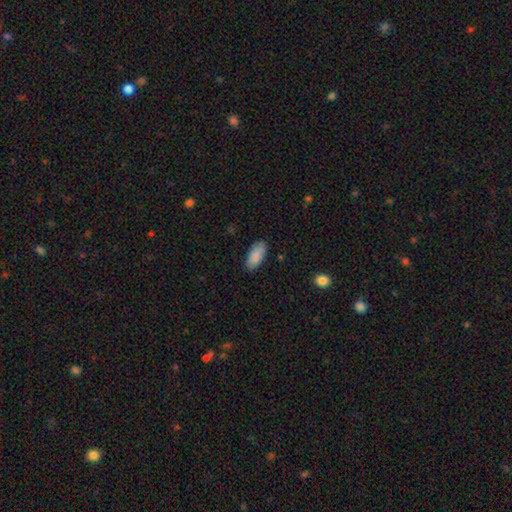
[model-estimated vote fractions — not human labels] Q: Smooth or featured?
A: smooth (88%); runner-up: star or artifact (6%)
Q: How rounded?
A: in between (88%); runner-up: cigar-shaped (10%)
Q: Merging?
A: none (85%); runner-up: minor disturbance (12%)